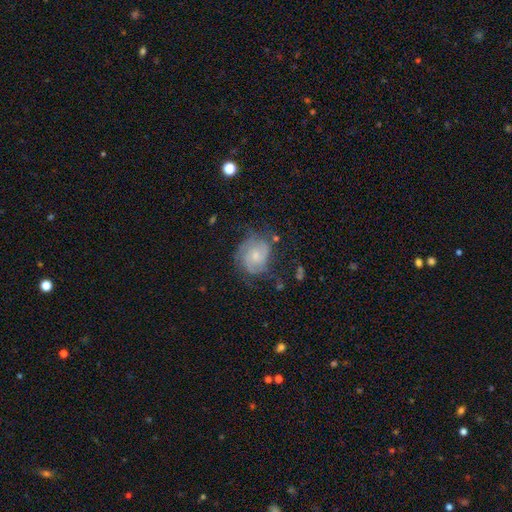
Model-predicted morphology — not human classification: type=featured or disk (66%); edge-on=no (98%); bar=no (70%); spiral arms=yes (89%); winding=tight (50%); arm count=2 (42%); bulge=small (55%); merging=none (58%).